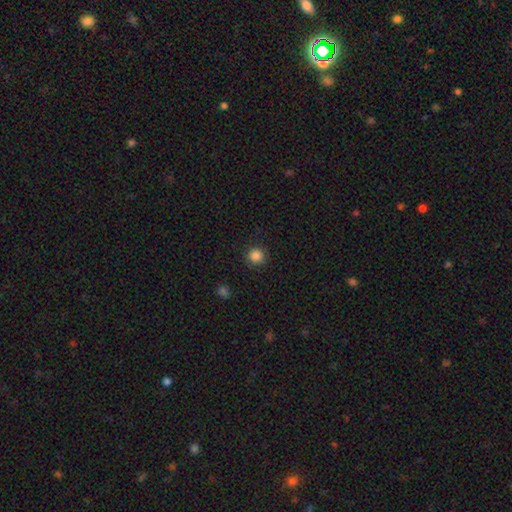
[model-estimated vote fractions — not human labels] Q: Smooth or featured?
A: smooth (86%); runner-up: star or artifact (11%)
Q: How rounded?
A: round (94%); runner-up: in between (5%)
Q: Merging?
A: none (90%); runner-up: minor disturbance (6%)